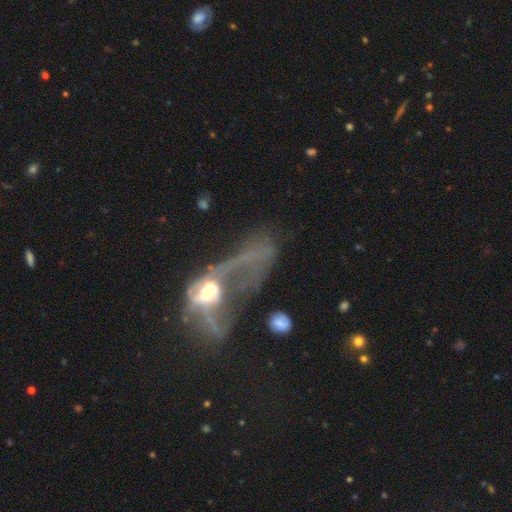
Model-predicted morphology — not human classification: type=featured or disk (56%); edge-on=no (83%); merging=major disturbance (62%).